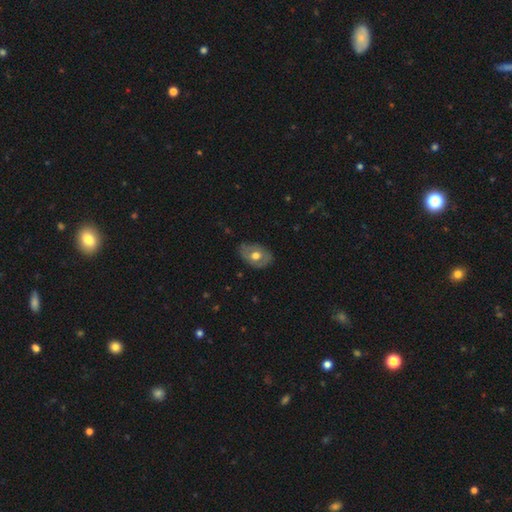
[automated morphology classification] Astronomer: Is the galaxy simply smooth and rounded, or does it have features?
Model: smooth — 47%, tied with featured or disk at 47%.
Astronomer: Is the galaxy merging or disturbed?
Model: none — 69%.